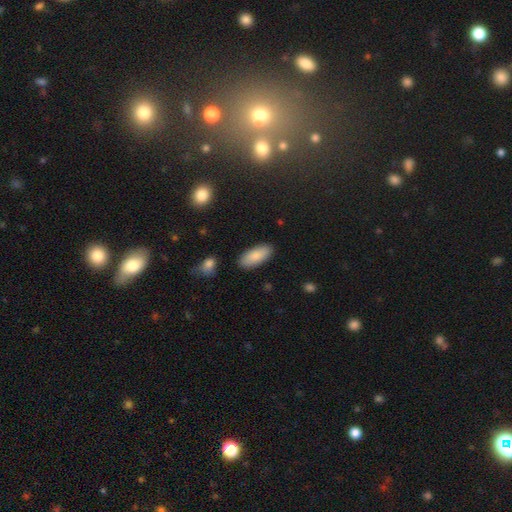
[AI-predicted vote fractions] Smooth or featured: smooth — 87% (featured or disk — 7%)
How rounded: in between — 87% (cigar-shaped — 12%)
Merging: none — 87% (minor disturbance — 9%)